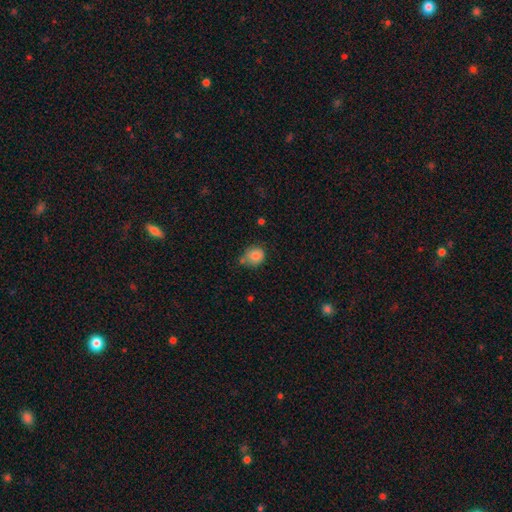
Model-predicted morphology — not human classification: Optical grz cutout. It shows a smooth galaxy with no disk features (83%) that is round (79%). Merging: none (61%).